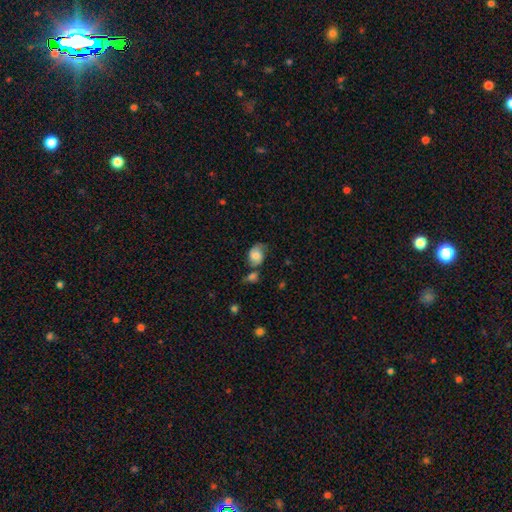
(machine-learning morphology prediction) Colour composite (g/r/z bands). It shows a smooth galaxy with no disk features (59%) that is in between round and cigar-shaped (61%). Merging: none (44%).